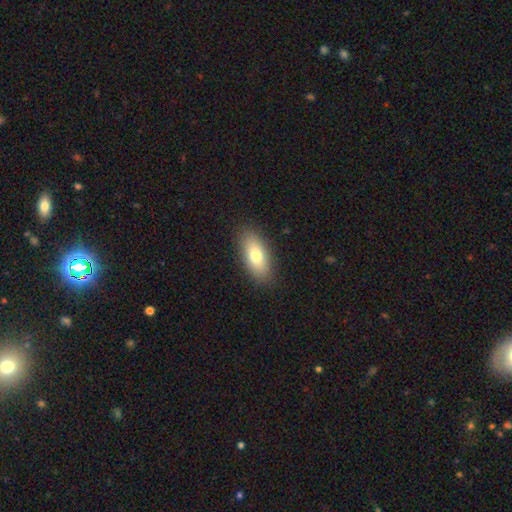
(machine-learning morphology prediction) smooth_or_featured: smooth (p=0.75) [alt: featured or disk p=0.17]
how_rounded: in between (p=0.87) [alt: cigar-shaped p=0.09]
merging: none (p=0.88) [alt: minor disturbance p=0.09]